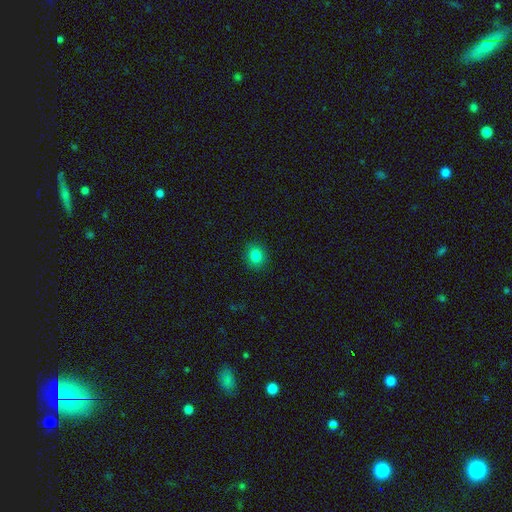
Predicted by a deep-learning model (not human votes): Smooth or featured? Predicted: smooth (p=0.82). How rounded? Predicted: round (p=0.74). Merging? Predicted: none (p=0.90).